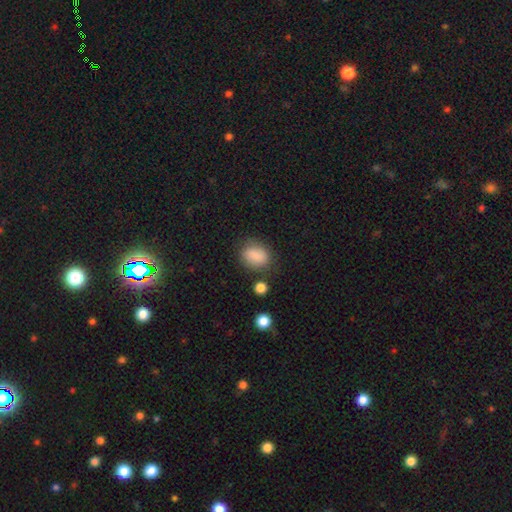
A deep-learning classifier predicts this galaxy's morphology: Smooth or featured? smooth (84%)
How rounded? in between (61%)
Merging? none (73%)